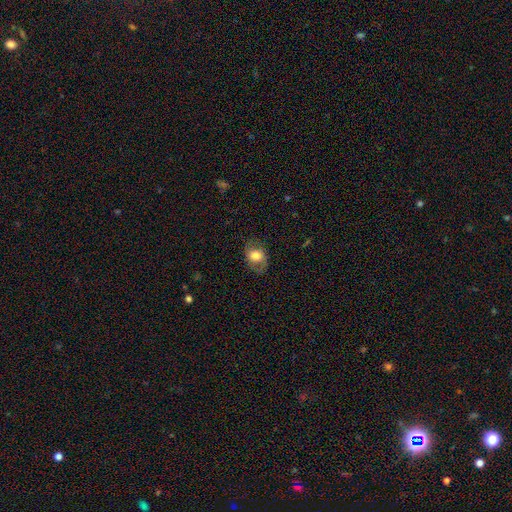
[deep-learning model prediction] Smooth or featured: smooth — 64% (featured or disk — 28%)
How rounded: in between — 62% (round — 37%)
Merging: none — 66% (minor disturbance — 21%)